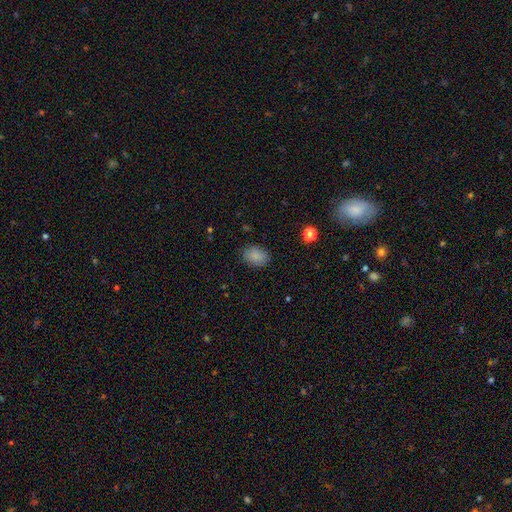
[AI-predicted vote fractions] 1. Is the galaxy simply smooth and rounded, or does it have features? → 87% smooth, 9% star or artifact, 4% featured or disk.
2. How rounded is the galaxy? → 73% in between, 26% round, 1% cigar-shaped.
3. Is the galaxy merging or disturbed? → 86% none, 10% minor disturbance, 3% major disturbance, 1% merger.